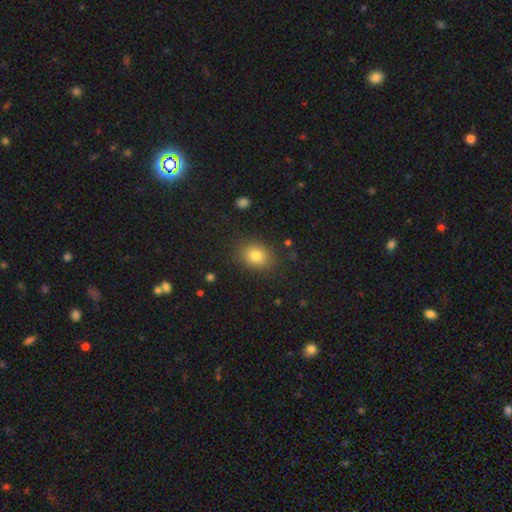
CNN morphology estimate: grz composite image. It shows a smooth galaxy with no disk features (80%) that is in between round and cigar-shaped (52%). Merging: none (85%).